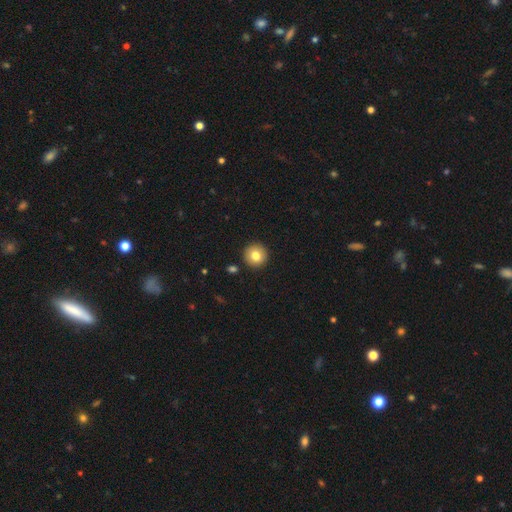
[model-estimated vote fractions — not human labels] smooth_or_featured: smooth (p=0.80) [alt: featured or disk p=0.10]
how_rounded: round (p=0.96) [alt: in between p=0.03]
merging: none (p=0.92) [alt: minor disturbance p=0.05]